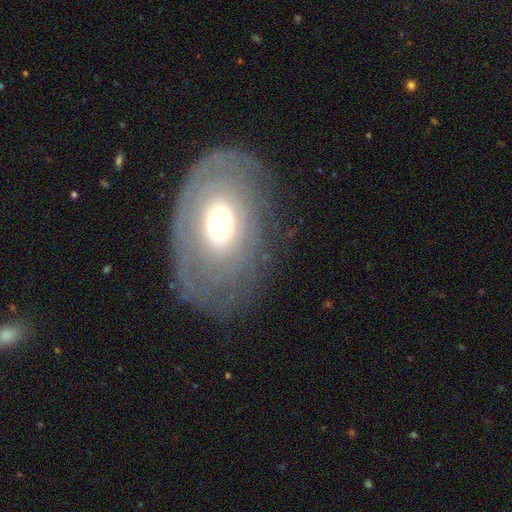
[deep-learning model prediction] smooth_or_featured: featured or disk (p=0.62) [alt: smooth p=0.30]
disk_edge_on: no (p=0.94) [alt: yes p=0.06]
bar: no (p=0.82) [alt: weak p=0.14]
has_spiral_arms: no (p=0.53) [alt: yes p=0.47]
bulge_size: moderate (p=0.57) [alt: large p=0.26]
merging: none (p=0.72) [alt: minor disturbance p=0.17]